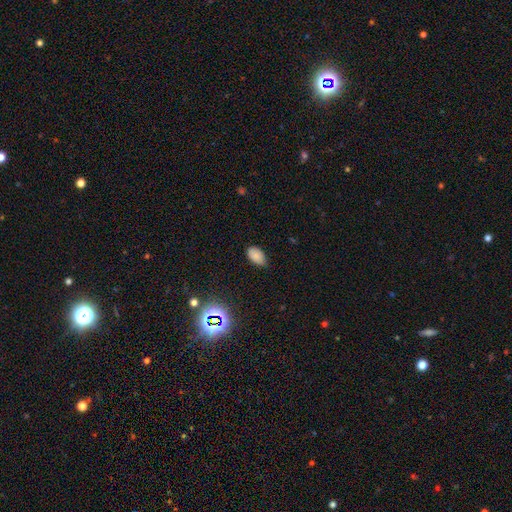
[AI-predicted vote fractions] Q: Smooth or featured?
A: smooth (83%); runner-up: star or artifact (12%)
Q: How rounded?
A: in between (92%); runner-up: round (6%)
Q: Merging?
A: none (72%); runner-up: minor disturbance (23%)